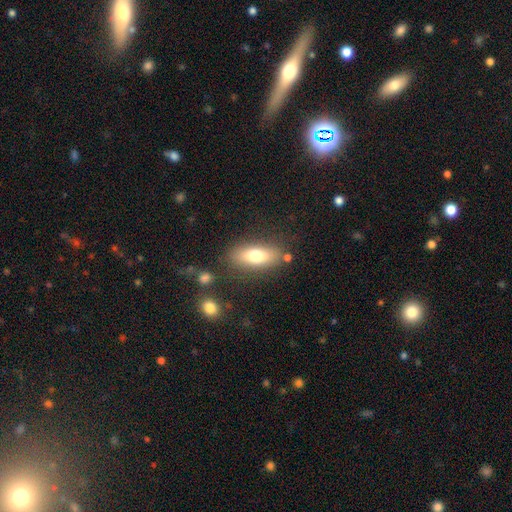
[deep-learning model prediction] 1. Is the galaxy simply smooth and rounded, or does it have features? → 73% smooth, 19% featured or disk, 8% star or artifact.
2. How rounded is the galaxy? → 72% in between, 24% cigar-shaped, 4% round.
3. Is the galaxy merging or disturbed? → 79% none, 12% minor disturbance, 4% merger, 4% major disturbance.